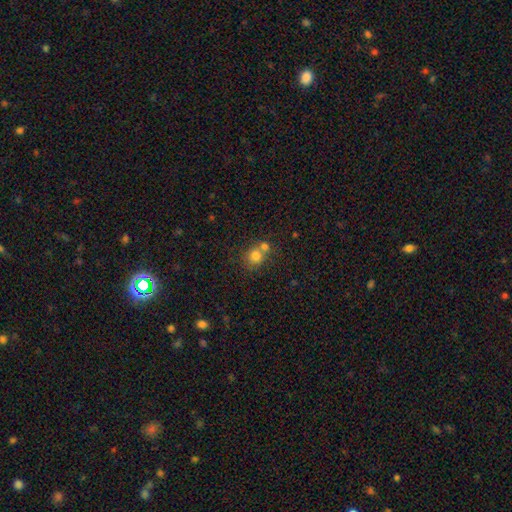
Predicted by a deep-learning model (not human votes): Overall: smooth (78%). How rounded: round (79%). Merging: none (44%, tied with merger).